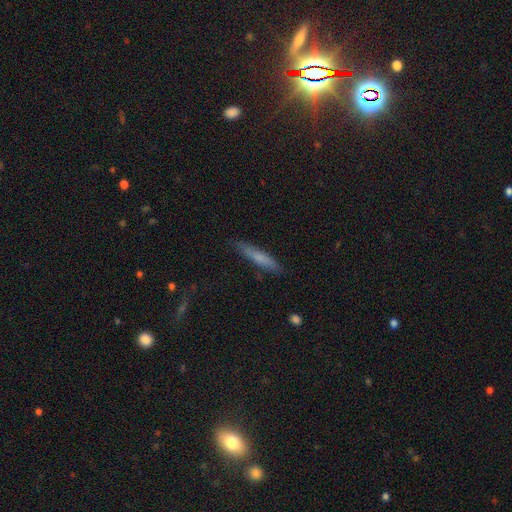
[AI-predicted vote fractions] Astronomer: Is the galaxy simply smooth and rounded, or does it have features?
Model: smooth — 64%.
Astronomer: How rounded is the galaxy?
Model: cigar-shaped — 92%.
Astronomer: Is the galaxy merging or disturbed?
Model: none — 84%.